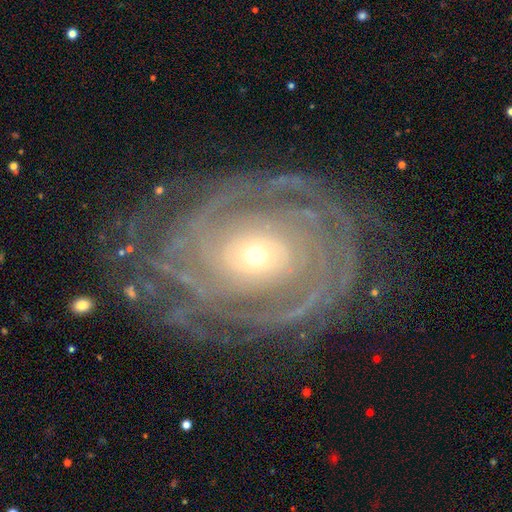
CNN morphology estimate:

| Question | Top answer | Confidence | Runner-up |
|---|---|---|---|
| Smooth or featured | featured or disk | 89% | star or artifact (6%) |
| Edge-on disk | no | 96% | yes (4%) |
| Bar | no | 78% | weak (14%) |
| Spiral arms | yes | 96% | no (4%) |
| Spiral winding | tight | 79% | medium (17%) |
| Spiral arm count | can't tell | 28% | more than 4 (18%) |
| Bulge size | small | 69% | moderate (26%) |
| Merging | none | 73% | minor disturbance (16%) |